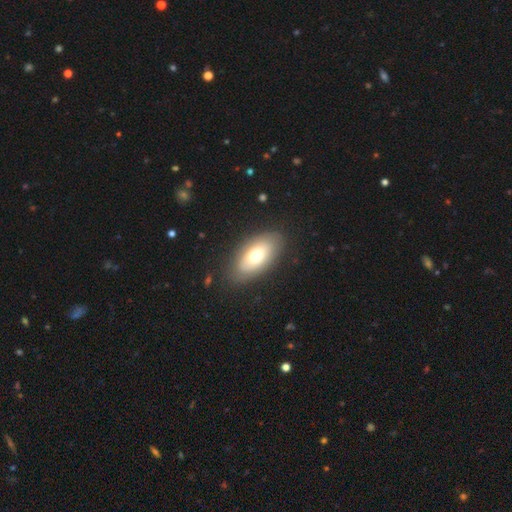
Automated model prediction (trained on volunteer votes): Overall: smooth (65%; featured or disk 29%). How rounded: in between (92%). Merging: none (83%).